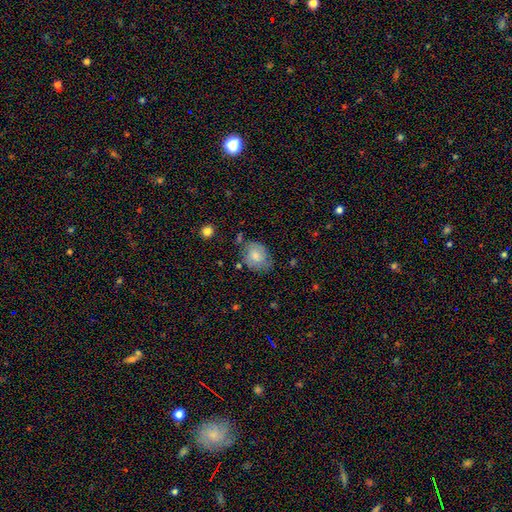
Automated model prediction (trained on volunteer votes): Smooth or featured?
  - smooth: 71% *
  - featured or disk: 21%
  - star or artifact: 8%
How rounded?
  - in between: 49% * (tied)
  - round: 49% * (tied)
  - cigar-shaped: 1%
Merging?
  - none: 60% *
  - minor disturbance: 28%
  - major disturbance: 8%
  - merger: 5%